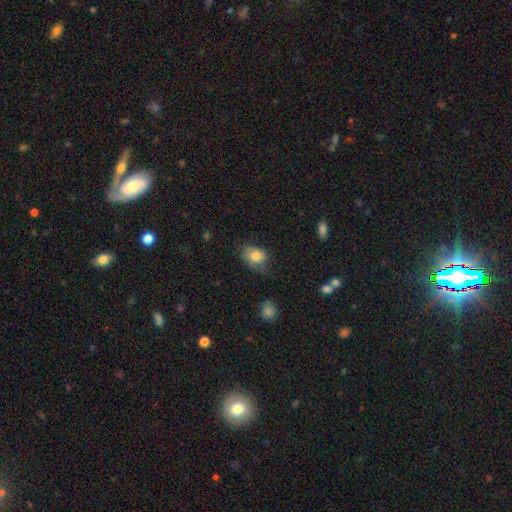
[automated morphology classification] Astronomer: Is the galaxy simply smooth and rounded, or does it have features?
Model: smooth — 77%.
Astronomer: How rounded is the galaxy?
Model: in between — 64%.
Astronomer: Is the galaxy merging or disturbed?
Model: none — 55% (runner-up: minor disturbance, 30%).